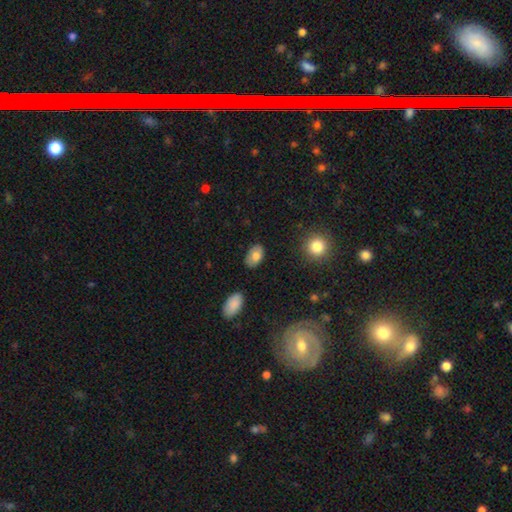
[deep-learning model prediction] A smooth galaxy with no disk features (79%) that is in between round and cigar-shaped (91%). Merging: none (82%).